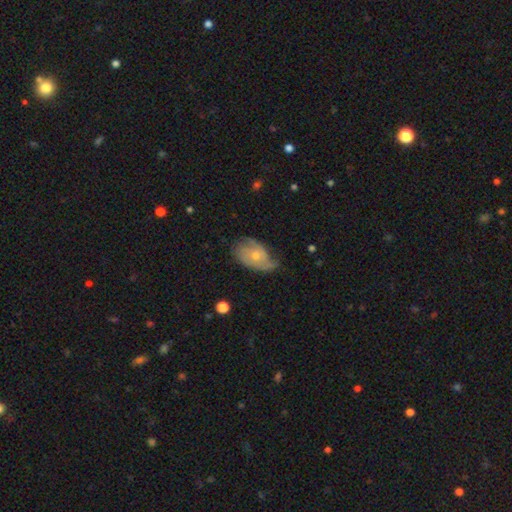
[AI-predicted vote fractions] Smooth or featured: featured or disk — 61% (smooth — 33%)
Edge-on disk: no — 95% (yes — 5%)
Bar: no — 79% (weak — 18%)
Spiral arms: yes — 81% (no — 19%)
Bulge size: small — 52% (moderate — 43%)
Merging: none — 48% (minor disturbance — 36%)